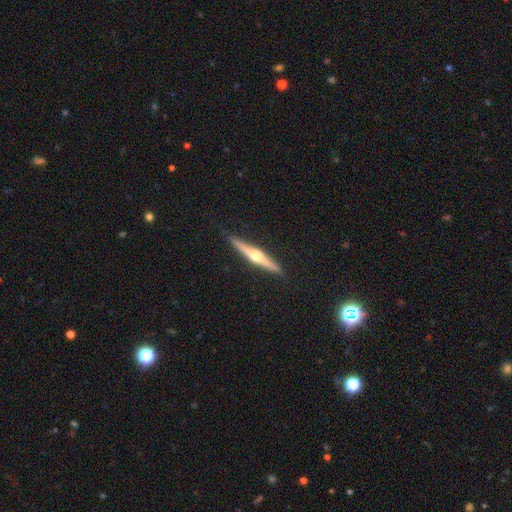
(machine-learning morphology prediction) Q: Smooth or featured?
A: featured or disk (75%); runner-up: smooth (20%)
Q: Edge-on disk?
A: yes (98%); runner-up: no (2%)
Q: Edge-on bulge?
A: rounded (95%); runner-up: none (3%)
Q: Merging?
A: none (90%); runner-up: minor disturbance (8%)